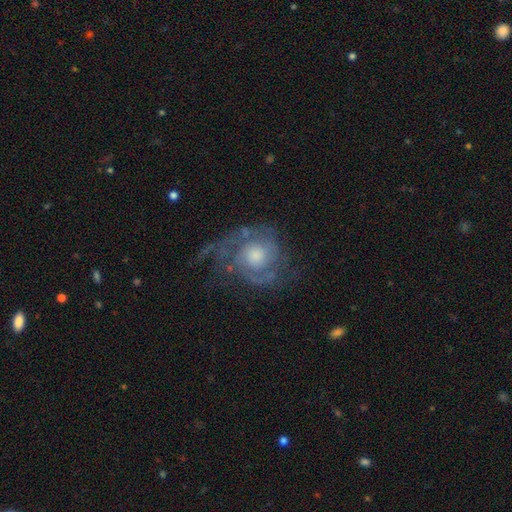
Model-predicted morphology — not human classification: smooth-or-featured: featured or disk: 82% | smooth: 12% | star or artifact: 6%
  disk-edge-on: no: 98% | yes: 2%
    bar: no: 78% | weak: 19% | strong: 3%
    has-spiral-arms: yes: 92% | no: 8%
      spiral-winding: tight: 45% | medium: 39% | loose: 16%
      spiral-arm-count: 2: 58% | can't tell: 18% | 3: 9% | 1: 8% | 4: 4% | more than 4: 4%
    bulge-size: moderate: 48% | large: 25% | small: 20% | none: 5% | dominant: 3%
  merging: none: 57% | major disturbance: 20% | minor disturbance: 20% | merger: 2%